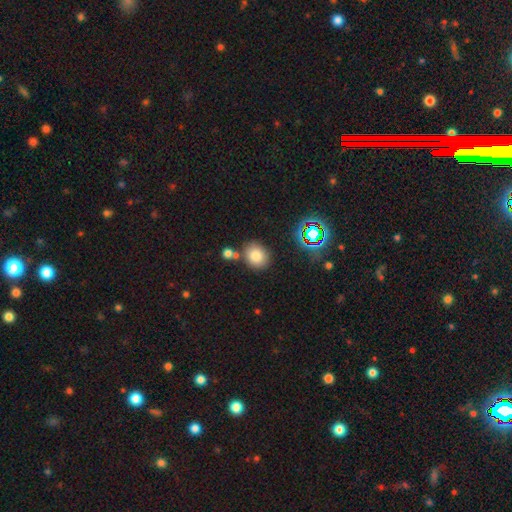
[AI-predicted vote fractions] smooth 79%, star or artifact 14%, featured or disk 7%. Down the decision tree: how rounded — round (69%); merging — none (73%).